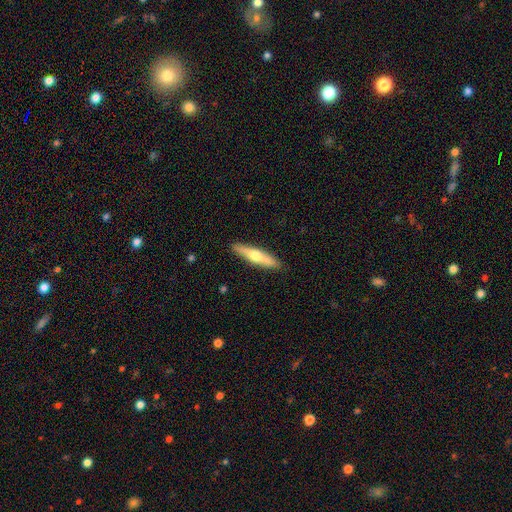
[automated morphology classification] The model was most divided on "smooth or featured": smooth: 50%, featured or disk: 45%, star or artifact: 5%. More confident: merging — none (89%).